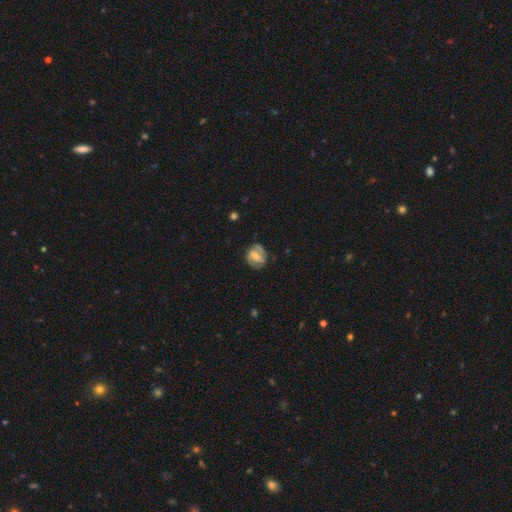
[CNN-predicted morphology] smooth-or-featured: featured or disk: 62% | smooth: 31% | star or artifact: 7%
  disk-edge-on: no: 97% | yes: 3%
    bar: weak: 43% | strong: 35% | no: 23%
    has-spiral-arms: yes: 81% | no: 19%
    bulge-size: small: 36% | moderate: 34% | none: 19% | large: 9% | dominant: 2%
  merging: none: 66% | minor disturbance: 22% | major disturbance: 9% | merger: 2%